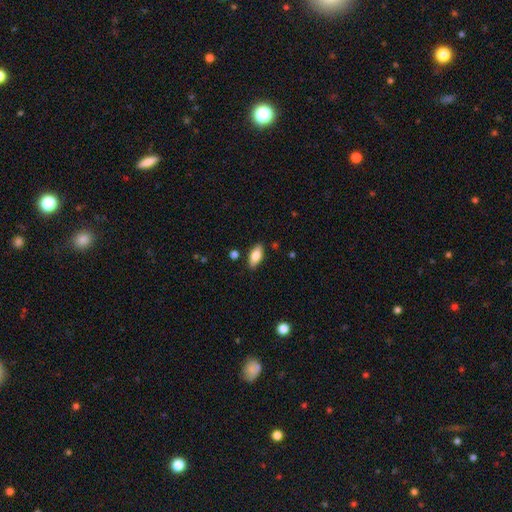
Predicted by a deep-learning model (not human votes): Overall: smooth (78%). How rounded: in between (85%). Merging: none (85%).